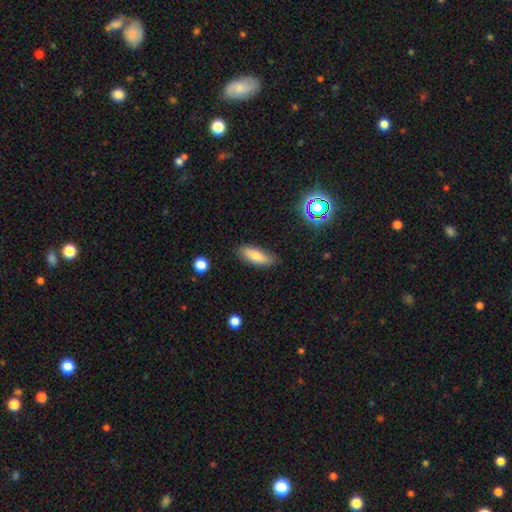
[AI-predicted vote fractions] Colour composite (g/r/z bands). It shows a smooth galaxy with no disk features (72%) that is in between round and cigar-shaped (64%). Merging: none (81%).